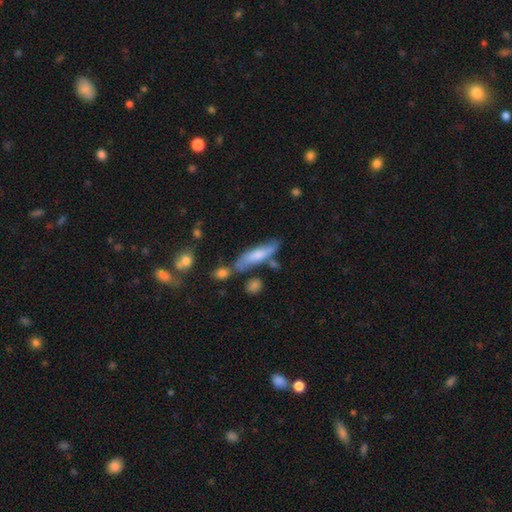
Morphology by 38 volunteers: Q: Smooth or featured?
A: smooth (50%); runner-up: featured or disk (42%)
Q: How rounded?
A: cigar-shaped (74%); runner-up: in between (26%)
Q: Merging?
A: none (57%); runner-up: minor disturbance (23%)